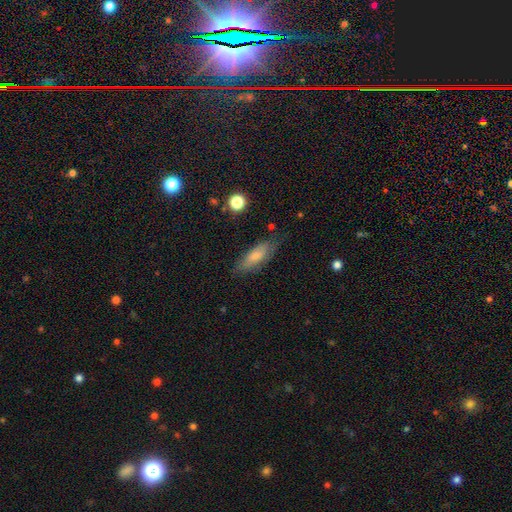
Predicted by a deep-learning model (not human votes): Smooth or featured? smooth (74%)
How rounded? in between (61%)
Merging? none (73%)